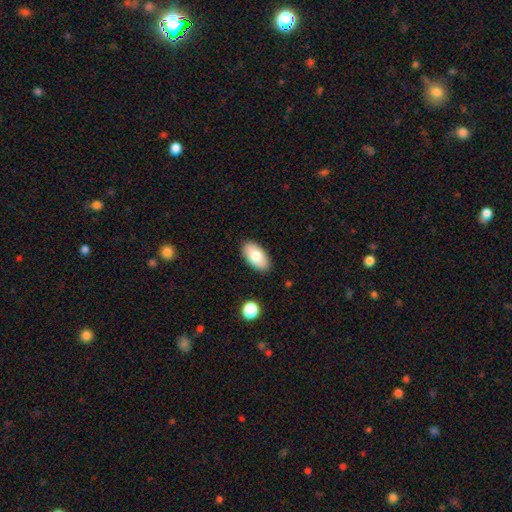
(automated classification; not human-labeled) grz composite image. It shows a smooth galaxy with no disk features (78%) that is in between round and cigar-shaped (95%). Merging: none (88%).